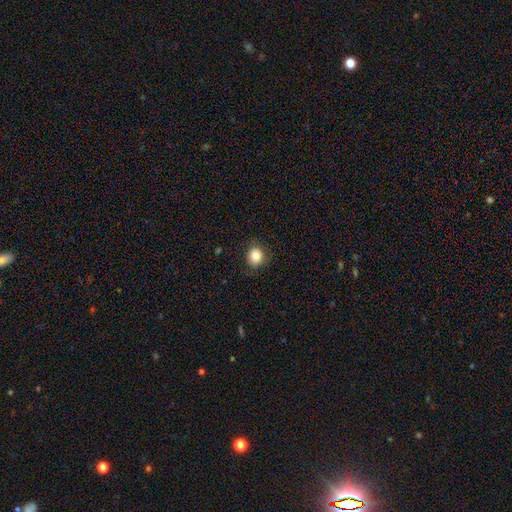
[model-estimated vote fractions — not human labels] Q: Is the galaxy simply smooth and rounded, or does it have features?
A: smooth — 84%.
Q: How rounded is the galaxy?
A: round — 71%.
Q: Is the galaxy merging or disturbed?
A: none — 85%.